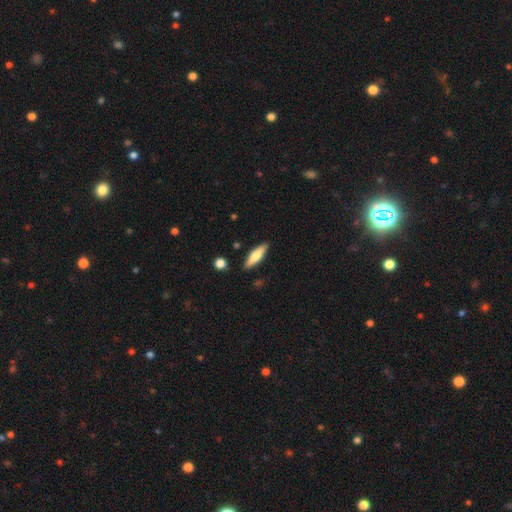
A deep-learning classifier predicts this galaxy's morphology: Q: Smooth or featured?
A: smooth (63%); runner-up: featured or disk (31%)
Q: How rounded?
A: cigar-shaped (63%); runner-up: in between (35%)
Q: Merging?
A: none (87%); runner-up: minor disturbance (9%)